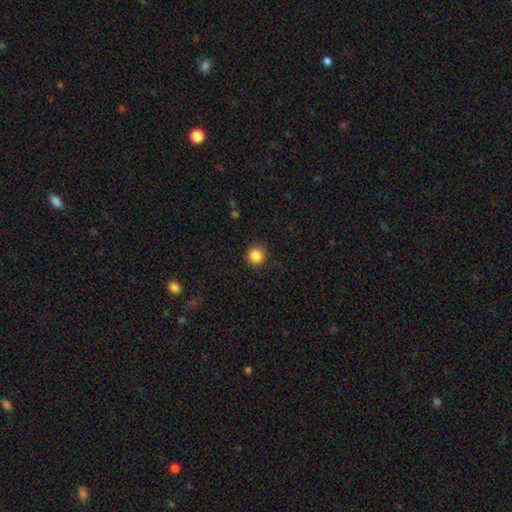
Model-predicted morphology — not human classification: Q: Smooth or featured?
A: smooth (86%); runner-up: star or artifact (10%)
Q: How rounded?
A: round (93%); runner-up: in between (6%)
Q: Merging?
A: none (86%); runner-up: minor disturbance (10%)